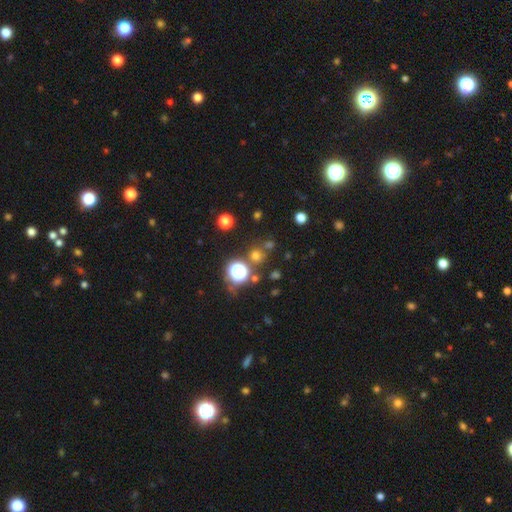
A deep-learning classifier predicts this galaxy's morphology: Smooth or featured? smooth (58%)
How rounded? round (90%)
Merging? none (74%)